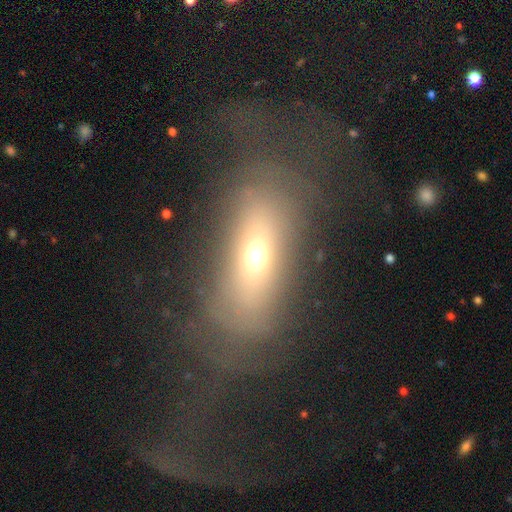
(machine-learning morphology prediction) Overall: smooth (52%; featured or disk 34%). How rounded: in between (71%). Merging: none (46%; major disturbance 34%).